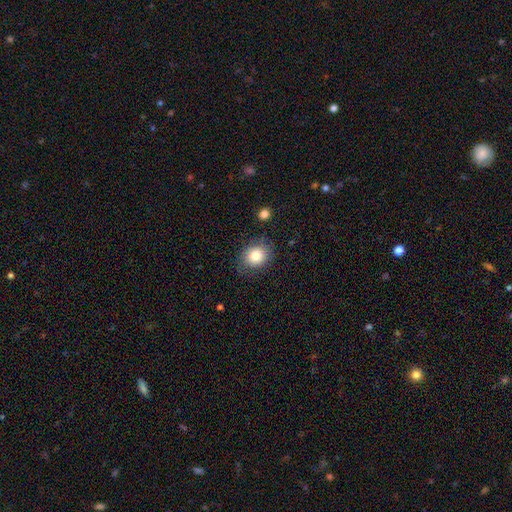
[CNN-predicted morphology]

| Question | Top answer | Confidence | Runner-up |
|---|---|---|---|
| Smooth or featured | smooth | 80% | featured or disk (10%) |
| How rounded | round | 63% | in between (36%) |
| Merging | none | 77% | minor disturbance (16%) |